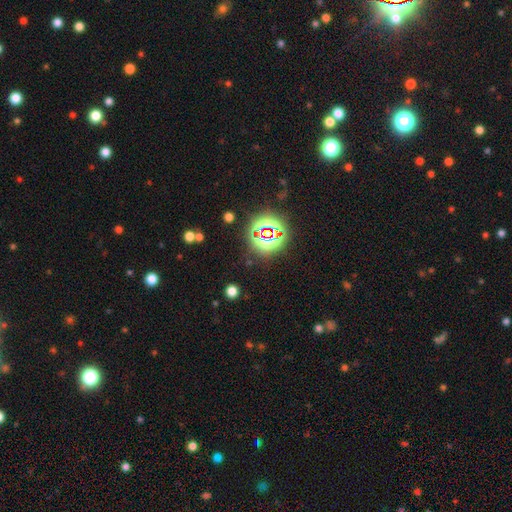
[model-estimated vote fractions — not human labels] smooth-or-featured: star or artifact: 79% | smooth: 13% | featured or disk: 8%